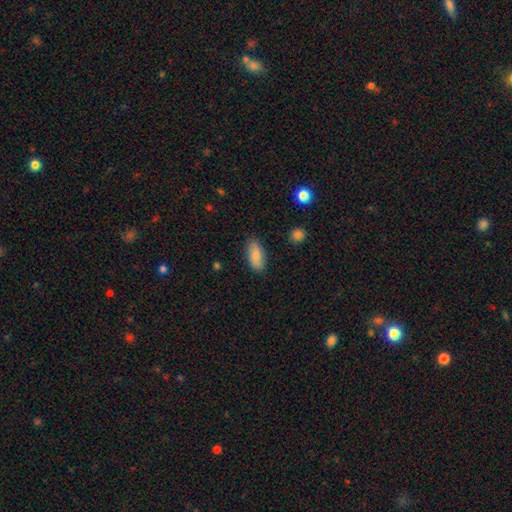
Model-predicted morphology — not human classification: This is clearly a smooth galaxy (83%). How rounded: clearly in between (89%). Merging: clearly none (83%).